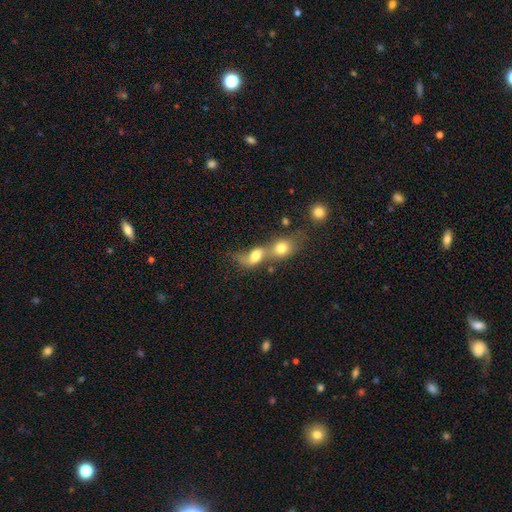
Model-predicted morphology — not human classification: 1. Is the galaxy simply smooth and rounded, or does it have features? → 68% smooth, 21% featured or disk, 11% star or artifact.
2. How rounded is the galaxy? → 65% in between, 30% round, 5% cigar-shaped.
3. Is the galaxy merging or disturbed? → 75% merger, 12% none, 7% major disturbance, 6% minor disturbance.